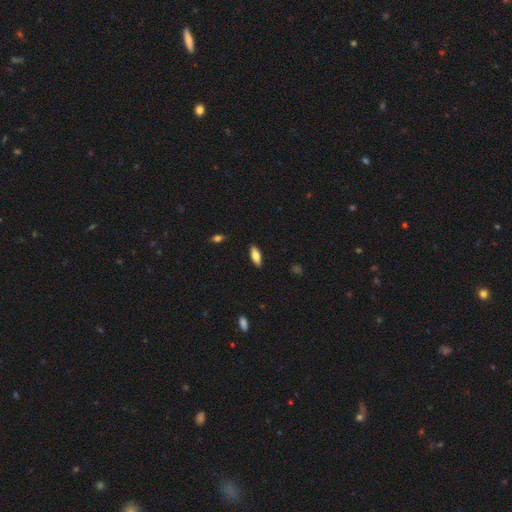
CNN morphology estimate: smooth 71%, featured or disk 22%, star or artifact 6%. Down the decision tree: how rounded — in between (72%); merging — none (89%).